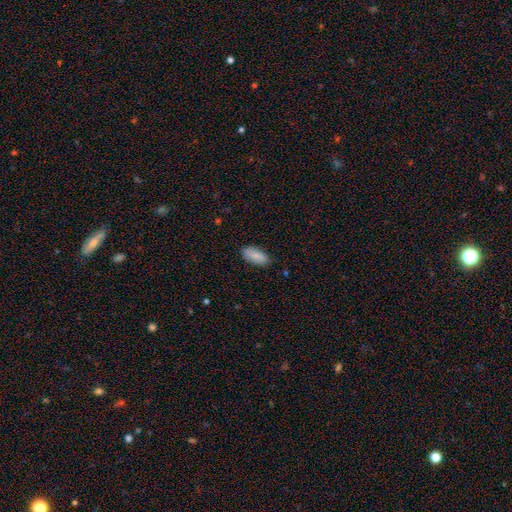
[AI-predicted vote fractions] smooth 84%, featured or disk 9%, star or artifact 6%. Down the decision tree: how rounded — in between (86%); merging — none (85%).